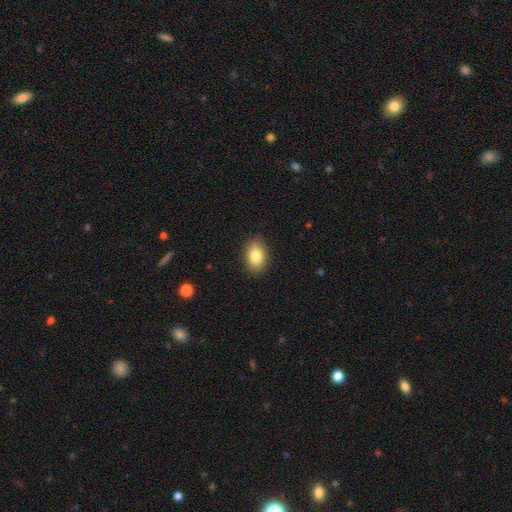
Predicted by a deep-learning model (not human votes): Morphology: type=smooth (82%); roundness=in between (84%); merging=none (87%).